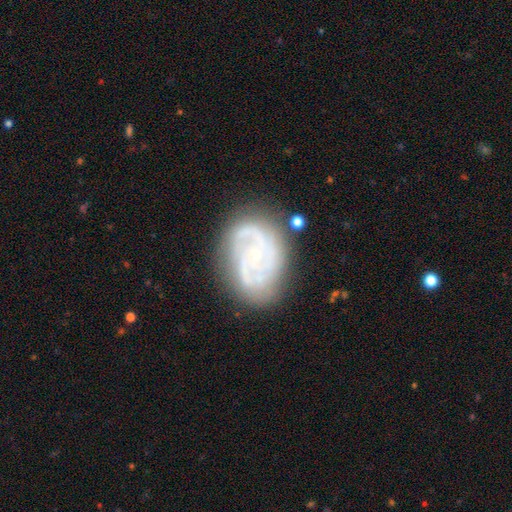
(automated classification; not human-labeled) This appears to be a featured or disk galaxy (83%) with no bar (74%), 2 (33%) tight (54%) spiral arms (92%) and a small central bulge (79%). Merging: none (71%).